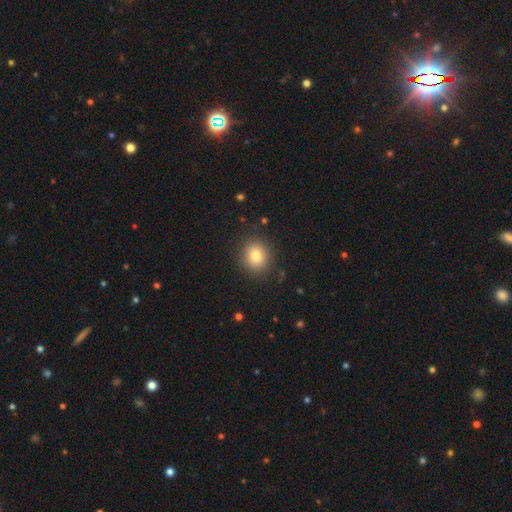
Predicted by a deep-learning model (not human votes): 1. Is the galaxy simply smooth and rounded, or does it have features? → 80% smooth, 11% star or artifact, 9% featured or disk.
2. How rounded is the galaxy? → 76% round, 23% in between, 1% cigar-shaped.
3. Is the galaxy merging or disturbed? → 87% none, 8% minor disturbance, 3% major disturbance, 1% merger.